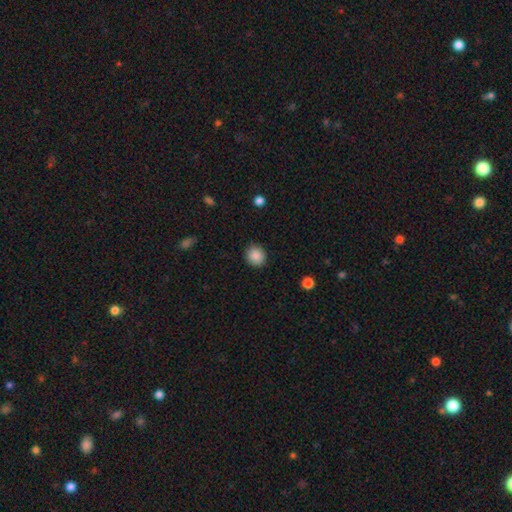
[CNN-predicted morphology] smooth-or-featured: smooth: 87% | star or artifact: 9% | featured or disk: 4%
  how-rounded: round: 82% | in between: 17% | cigar-shaped: 1%
  merging: none: 90% | minor disturbance: 7% | major disturbance: 2% | merger: 1%